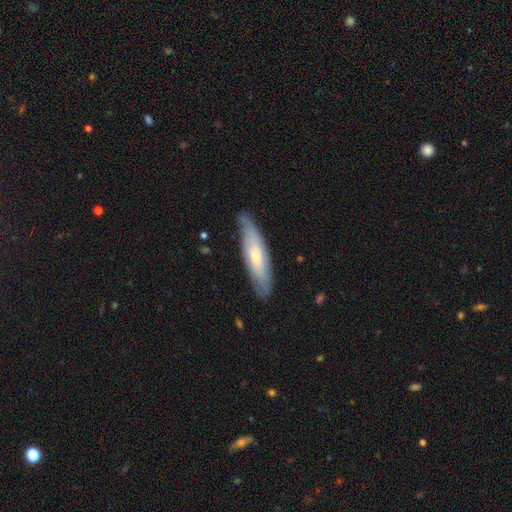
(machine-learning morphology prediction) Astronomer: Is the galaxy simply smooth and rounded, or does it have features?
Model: featured or disk — 48% (runner-up: smooth, 47%).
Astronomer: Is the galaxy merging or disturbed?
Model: none — 77%.